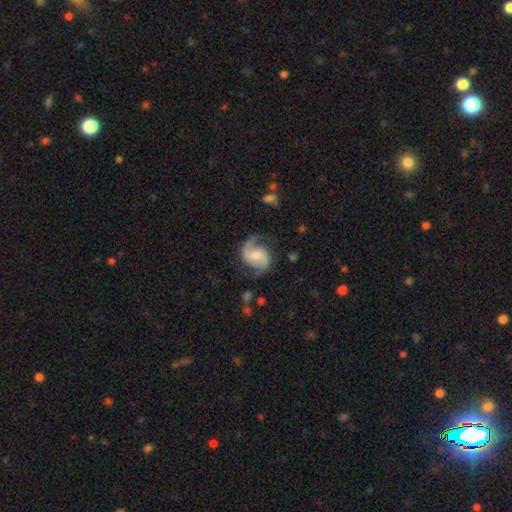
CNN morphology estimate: A featured or disk galaxy (79%) with a weak bar (48%), 2 (83%) medium (47%) spiral arms (95%) and a moderate central bulge (45%). Merging: none (65%).